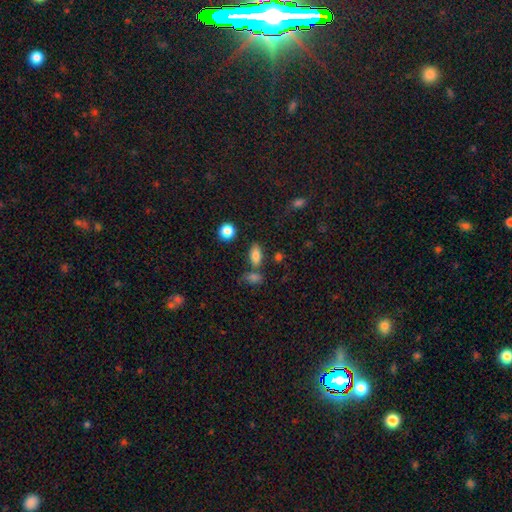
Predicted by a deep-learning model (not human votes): smooth-or-featured: smooth: 80% | star or artifact: 10% | featured or disk: 10%
  how-rounded: in between: 86% | cigar-shaped: 8% | round: 6%
  merging: none: 68% | merger: 15% | minor disturbance: 13% | major disturbance: 4%